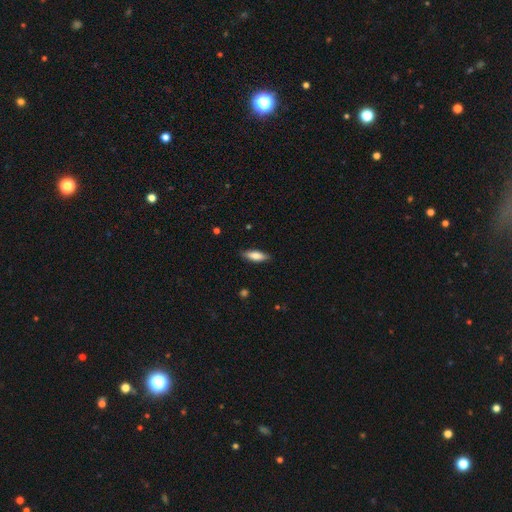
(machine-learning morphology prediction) A smooth galaxy with no disk features (79%) that is in between round and cigar-shaped (54%).

Vote fractions:
- Smooth or featured? smooth: 79% / featured or disk: 15% / star or artifact: 6%
- How rounded? in between: 54% / cigar-shaped: 44% / round: 2%
- Merging? none: 85% / minor disturbance: 11% / major disturbance: 2% / merger: 1%